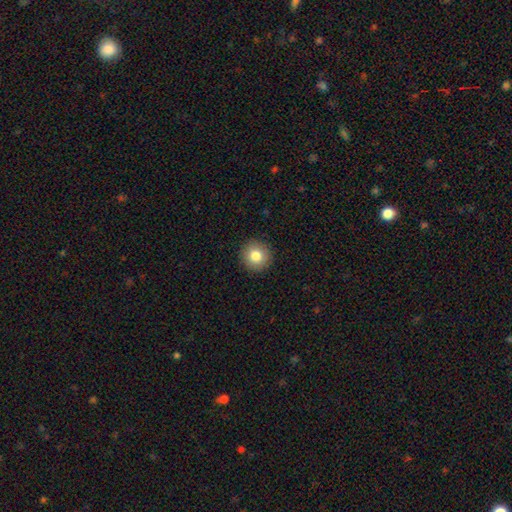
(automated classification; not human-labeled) Smooth or featured: smooth — 82% (star or artifact — 9%)
How rounded: round — 94% (in between — 5%)
Merging: none — 92% (minor disturbance — 5%)